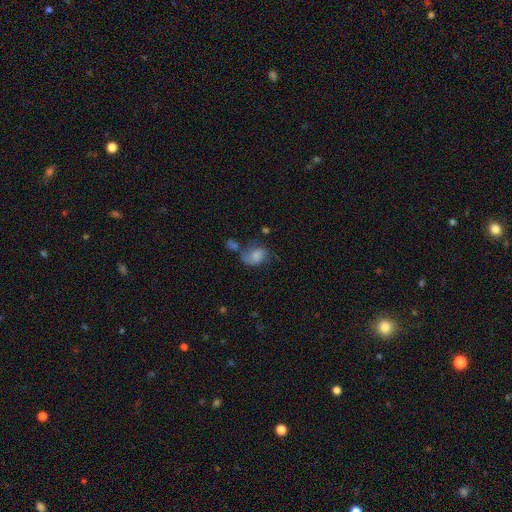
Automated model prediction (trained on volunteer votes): smooth 69%, featured or disk 21%, star or artifact 10%. Down the decision tree: how rounded — in between (74%); merging — none (37%).